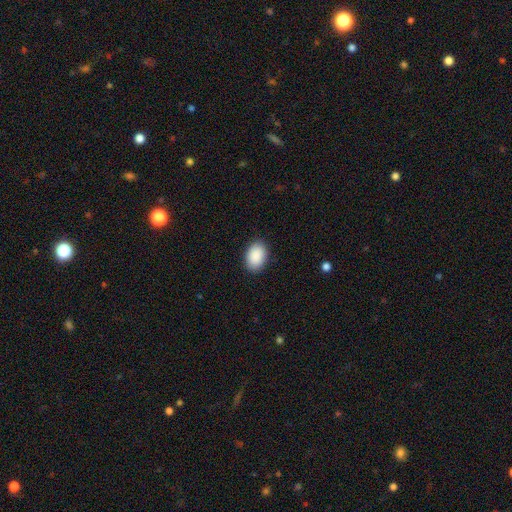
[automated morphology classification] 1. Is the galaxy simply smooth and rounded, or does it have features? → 91% smooth, 6% star or artifact, 3% featured or disk.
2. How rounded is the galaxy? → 85% in between, 14% round, 1% cigar-shaped.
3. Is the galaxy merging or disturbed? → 88% none, 9% minor disturbance, 2% major disturbance, 1% merger.